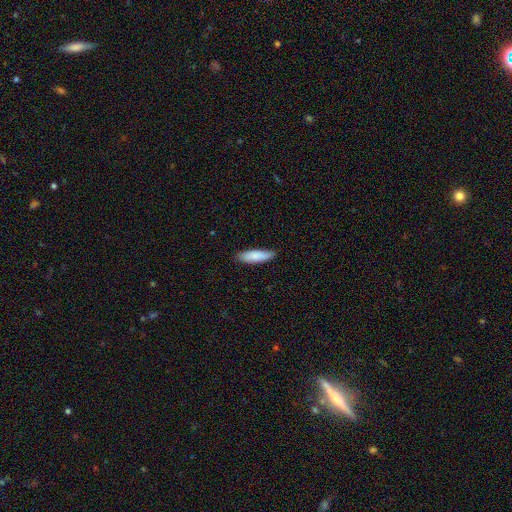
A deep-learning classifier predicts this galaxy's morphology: type=smooth (84%); roundness=cigar-shaped (59%); merging=none (87%).